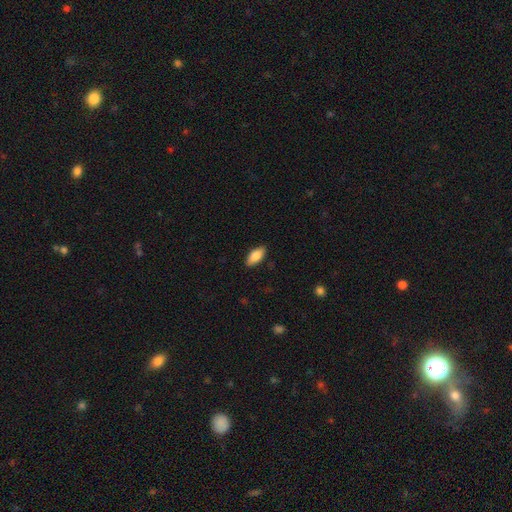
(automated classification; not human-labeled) A smooth galaxy with no disk features (83%) that is in between round and cigar-shaped (89%). Merging: none (87%).